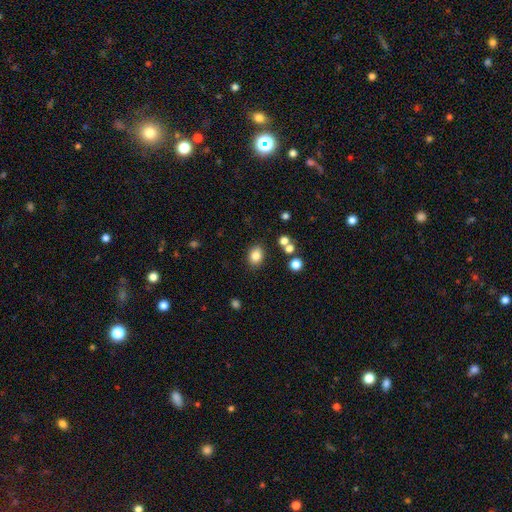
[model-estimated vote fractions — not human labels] A smooth galaxy with no disk features (82%) that is in between round and cigar-shaped (57%). Merging: none (85%).